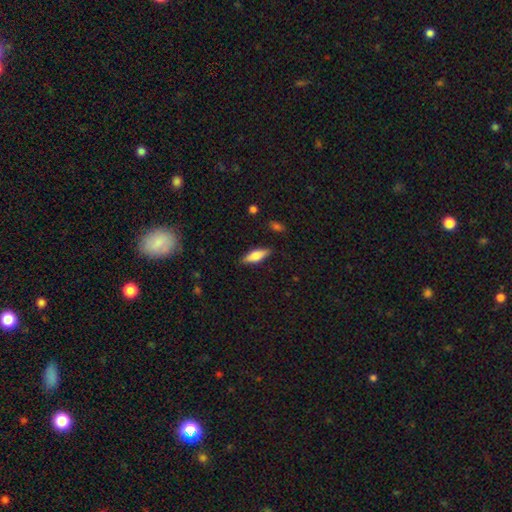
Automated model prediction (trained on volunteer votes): Smooth or featured? Predicted: smooth (p=0.65). How rounded? Predicted: in between (p=0.51). Merging? Predicted: none (p=0.86).